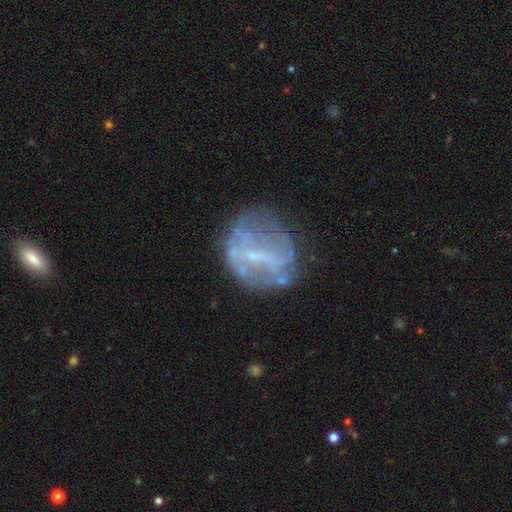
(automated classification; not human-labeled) A featured or disk galaxy (65%) with a weak bar (42%), no spiral arms (69%) and a small central bulge (56%).

Vote fractions:
- Smooth or featured? featured or disk: 65% / smooth: 23% / star or artifact: 12%
- Edge-on disk? no: 96% / yes: 4%
- Bar? weak: 42% / no: 33% / strong: 25%
- Spiral arms? no: 69% / yes: 31%
- Bulge size? small: 56% / none: 26% / moderate: 16% / large: 1% / dominant: 1%
- Merging? none: 58% / minor disturbance: 21% / major disturbance: 17% / merger: 4%